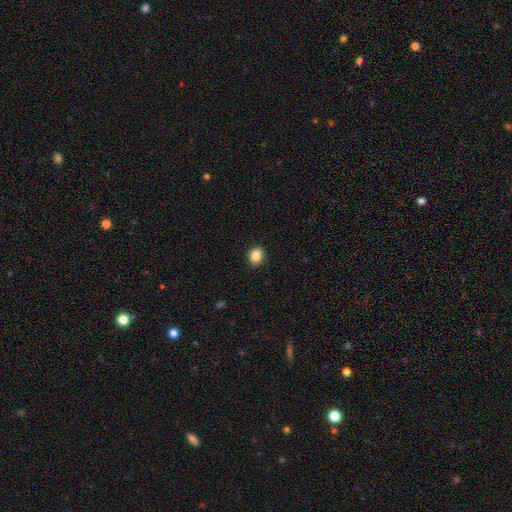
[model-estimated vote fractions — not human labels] Smooth or featured? Predicted: smooth (p=0.86). How rounded? Predicted: round (p=0.55). Merging? Predicted: none (p=0.91).